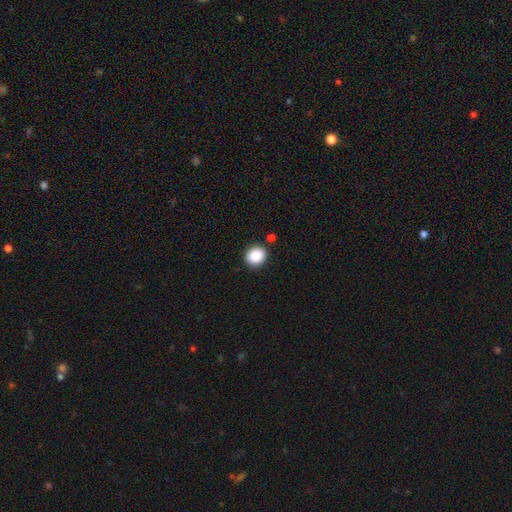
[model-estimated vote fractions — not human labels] Smooth or featured? Predicted: smooth (p=0.88). How rounded? Predicted: round (p=0.68). Merging? Predicted: none (p=0.87).